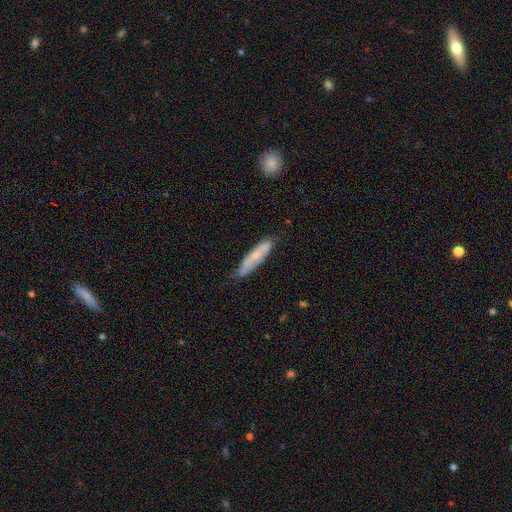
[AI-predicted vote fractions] Smooth or featured? smooth (54%)
How rounded? cigar-shaped (84%)
Merging? none (74%)